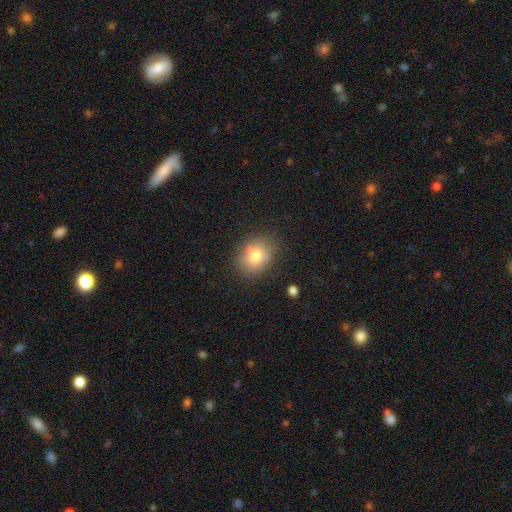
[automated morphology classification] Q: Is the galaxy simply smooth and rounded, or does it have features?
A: smooth — 77%.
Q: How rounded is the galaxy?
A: round — 51%.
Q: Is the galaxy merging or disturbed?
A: none — 77%.